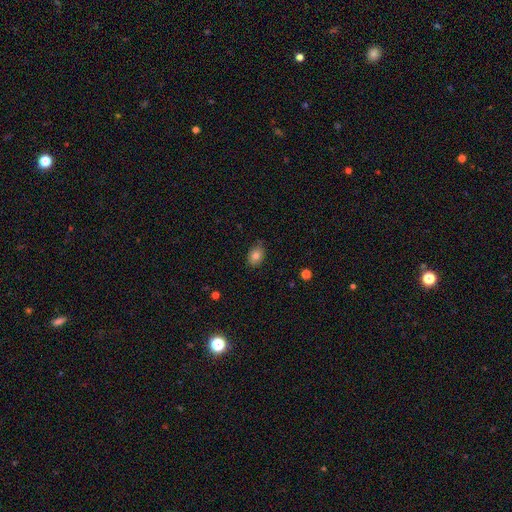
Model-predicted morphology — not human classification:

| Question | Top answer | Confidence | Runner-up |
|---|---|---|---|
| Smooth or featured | smooth | 81% | featured or disk (10%) |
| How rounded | in between | 71% | round (28%) |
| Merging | none | 80% | minor disturbance (16%) |